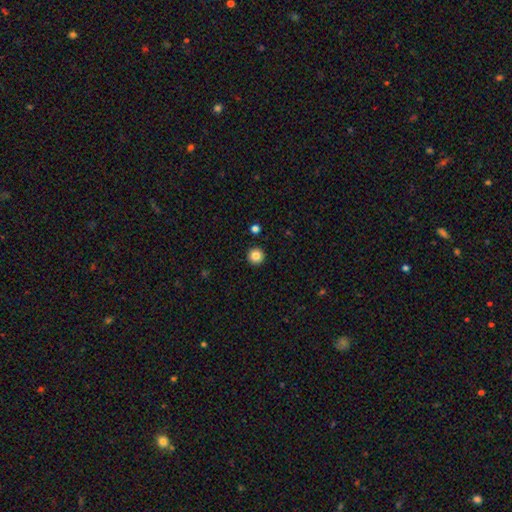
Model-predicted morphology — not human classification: This is clearly a smooth galaxy (85%). How rounded: clearly round (96%). Merging: clearly none (93%).